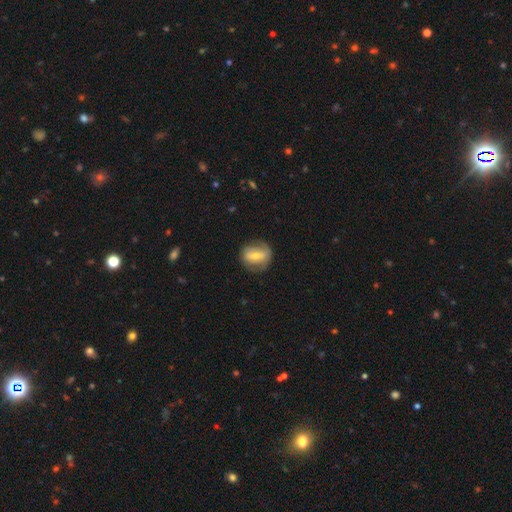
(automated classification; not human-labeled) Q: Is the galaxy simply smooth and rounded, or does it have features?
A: featured or disk — 54%.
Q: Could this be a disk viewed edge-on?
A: no — 92%.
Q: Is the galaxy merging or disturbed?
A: none — 72%.